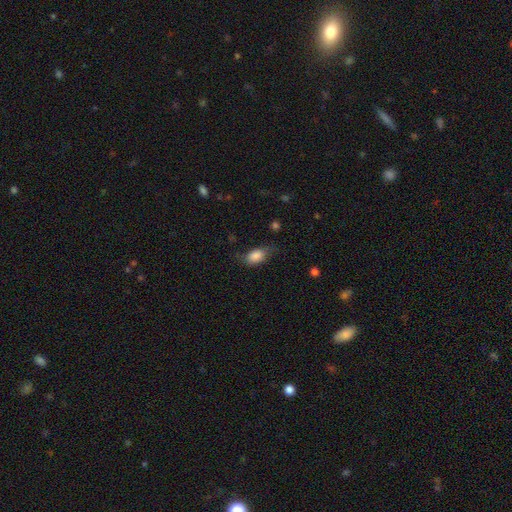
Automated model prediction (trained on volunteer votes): smooth 81%, featured or disk 11%, star or artifact 8%. Down the decision tree: how rounded — in between (87%); merging — none (58%).